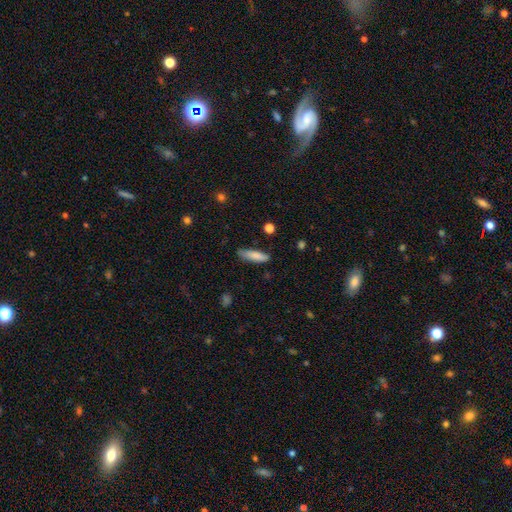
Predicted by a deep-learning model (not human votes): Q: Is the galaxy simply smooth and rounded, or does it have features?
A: smooth — 84%.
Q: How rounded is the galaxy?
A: cigar-shaped — 63%.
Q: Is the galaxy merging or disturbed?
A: none — 71%.